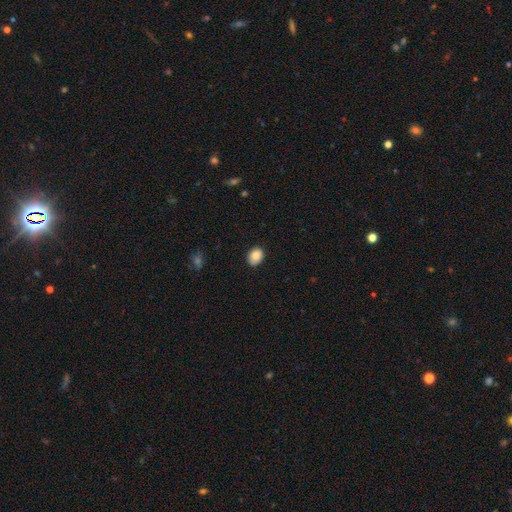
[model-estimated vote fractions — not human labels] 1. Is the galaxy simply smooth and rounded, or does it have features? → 86% smooth, 8% star or artifact, 6% featured or disk.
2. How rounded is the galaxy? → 59% in between, 40% round, 1% cigar-shaped.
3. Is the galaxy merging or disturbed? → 82% none, 15% minor disturbance, 2% major disturbance, 1% merger.